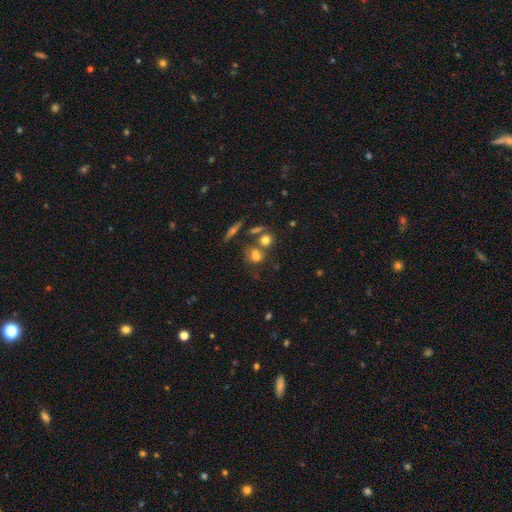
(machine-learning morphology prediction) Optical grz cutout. It shows a smooth galaxy with no disk features (67%) that is round (68%). Merging: none (46%).